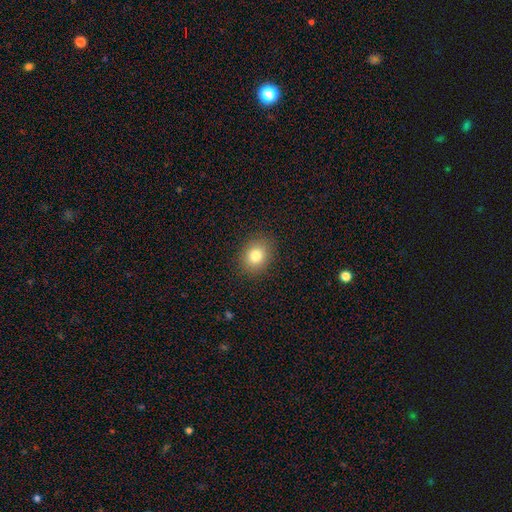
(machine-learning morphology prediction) The model was most divided on "how rounded": round: 57%, in between: 42%, cigar-shaped: 1%. More confident: merging — none (89%); smooth or featured — smooth (80%).